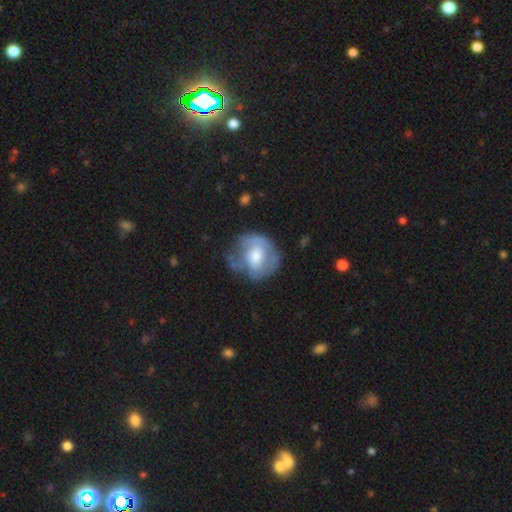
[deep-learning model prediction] Morphology: type=featured or disk (48%); merging=none (53%).